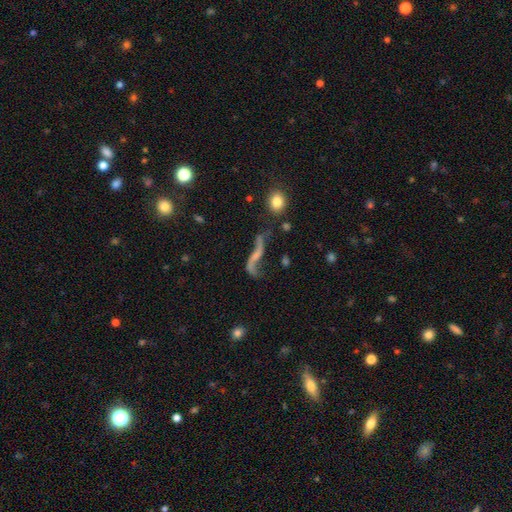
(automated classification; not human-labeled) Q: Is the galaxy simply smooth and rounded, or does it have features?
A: featured or disk — 72%.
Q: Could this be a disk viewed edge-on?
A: no — 83%.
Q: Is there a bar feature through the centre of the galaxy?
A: no — 53%.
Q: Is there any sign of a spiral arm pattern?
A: yes — 83%.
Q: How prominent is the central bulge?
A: none — 52%.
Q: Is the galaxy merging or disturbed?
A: none — 45%.